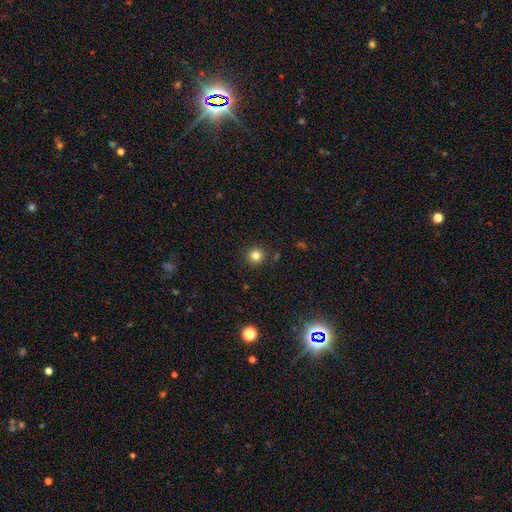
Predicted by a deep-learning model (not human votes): smooth 82%, star or artifact 13%, featured or disk 5%. Down the decision tree: how rounded — round (94%); merging — none (90%).